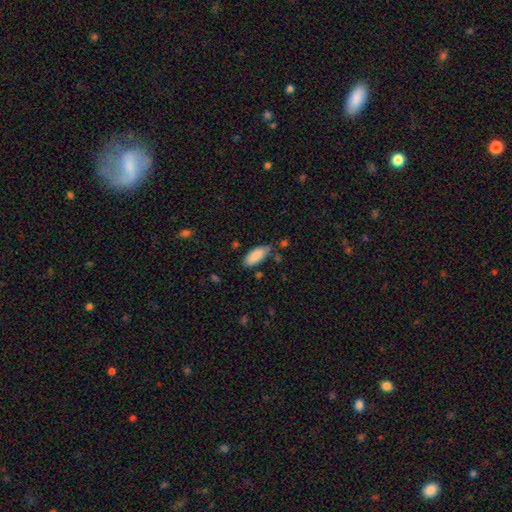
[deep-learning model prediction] Smooth or featured? smooth (88%)
How rounded? in between (84%)
Merging? none (69%)